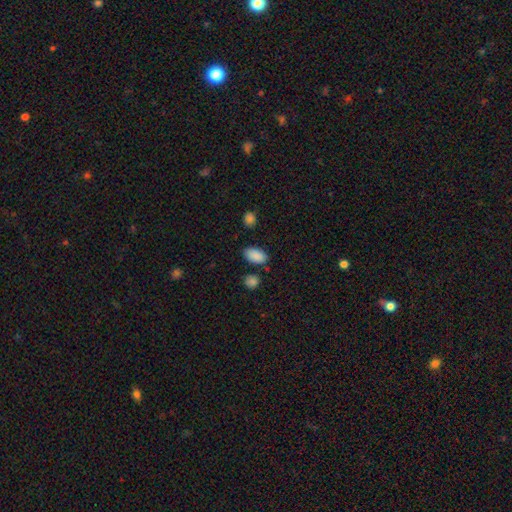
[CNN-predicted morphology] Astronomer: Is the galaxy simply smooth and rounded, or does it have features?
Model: smooth — 89%.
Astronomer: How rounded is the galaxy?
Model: in between — 94%.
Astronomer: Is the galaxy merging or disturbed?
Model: none — 79%.